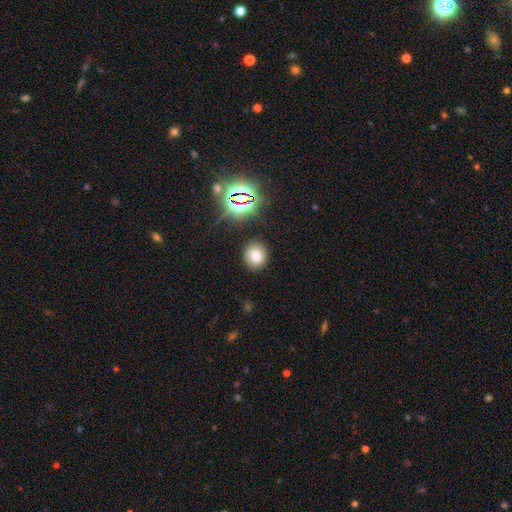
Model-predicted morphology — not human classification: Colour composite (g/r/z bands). It shows a smooth galaxy with no disk features (72%) that is round (72%). Merging: none (87%).